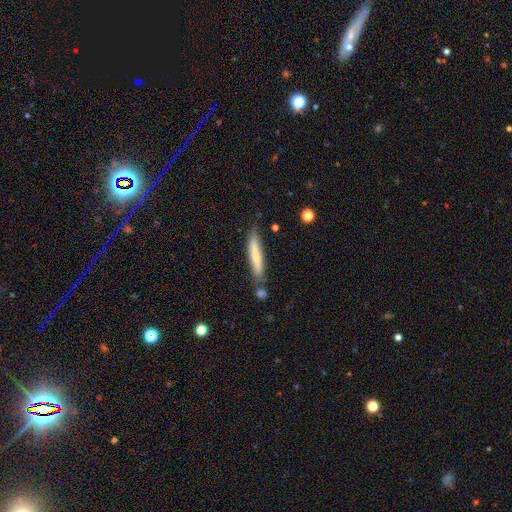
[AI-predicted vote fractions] smooth 70%, featured or disk 24%, star or artifact 6%. Down the decision tree: how rounded — cigar-shaped (92%); merging — none (73%).